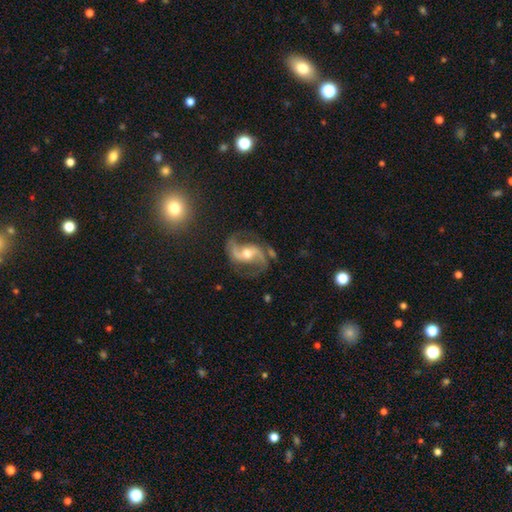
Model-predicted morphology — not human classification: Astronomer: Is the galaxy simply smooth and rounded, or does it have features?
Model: featured or disk — 90%.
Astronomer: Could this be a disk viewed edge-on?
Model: no — 97%.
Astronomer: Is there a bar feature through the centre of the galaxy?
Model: weak — 36%, tied with no at 36%.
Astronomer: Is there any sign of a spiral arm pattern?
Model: yes — 97%.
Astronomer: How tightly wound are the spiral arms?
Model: loose — 51% (runner-up: medium, 41%).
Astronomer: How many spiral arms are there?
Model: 2 — 93%.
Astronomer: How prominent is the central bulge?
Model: moderate — 68%.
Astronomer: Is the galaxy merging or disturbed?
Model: none — 75%.